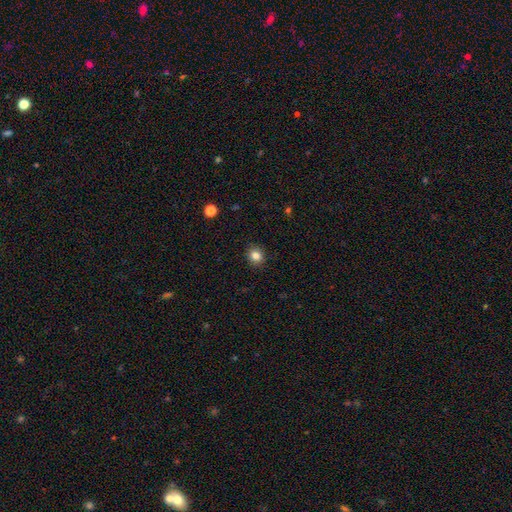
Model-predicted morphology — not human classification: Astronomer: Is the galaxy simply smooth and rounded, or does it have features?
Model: smooth — 83%.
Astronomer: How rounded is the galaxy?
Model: round — 82%.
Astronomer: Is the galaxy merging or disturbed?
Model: none — 91%.